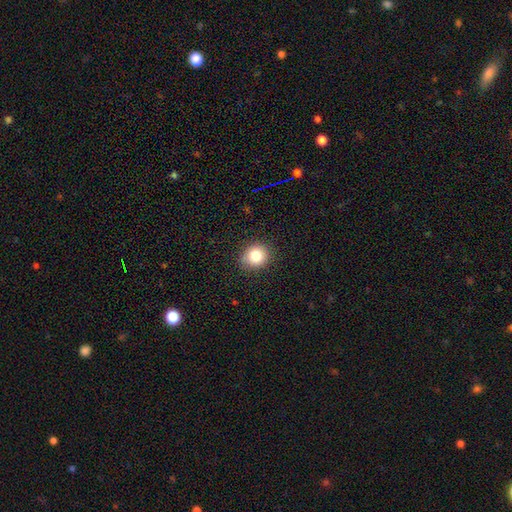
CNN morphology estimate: The model was most divided on "how rounded": round: 75%, in between: 24%, cigar-shaped: 1%. More confident: merging — none (88%); smooth or featured — smooth (81%).